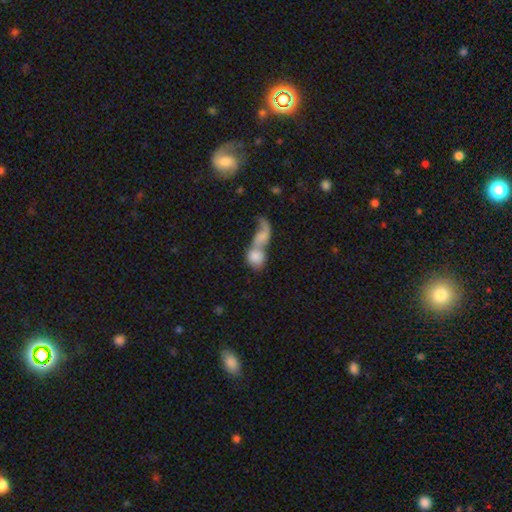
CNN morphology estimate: smooth_or_featured: smooth (p=0.70) [alt: featured or disk p=0.22]
how_rounded: in between (p=0.50) [alt: round p=0.45]
merging: merger (p=0.78) [alt: none p=0.10]